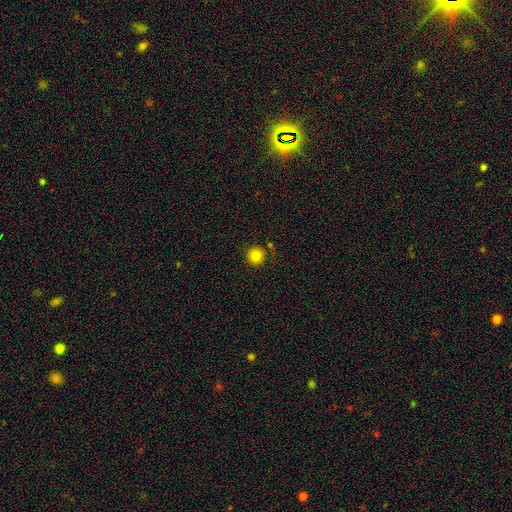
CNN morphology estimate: smooth-or-featured: smooth: 82% | star or artifact: 12% | featured or disk: 6%
  how-rounded: round: 95% | in between: 4% | cigar-shaped: 1%
  merging: none: 84% | minor disturbance: 9% | merger: 4% | major disturbance: 3%